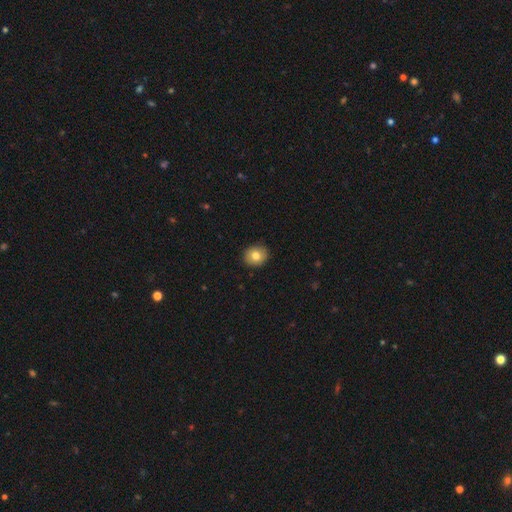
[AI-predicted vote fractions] Q: Smooth or featured?
A: smooth (80%); runner-up: featured or disk (11%)
Q: How rounded?
A: round (77%); runner-up: in between (22%)
Q: Merging?
A: none (88%); runner-up: minor disturbance (9%)